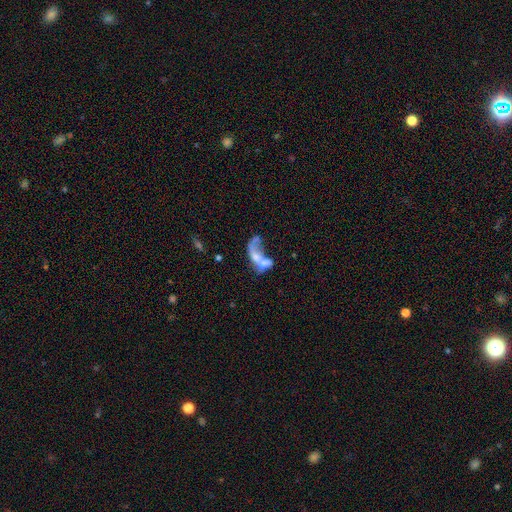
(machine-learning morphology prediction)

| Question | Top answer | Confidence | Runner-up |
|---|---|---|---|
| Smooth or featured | featured or disk | 50% | smooth (39%) |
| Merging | merger | 64% | major disturbance (21%) |